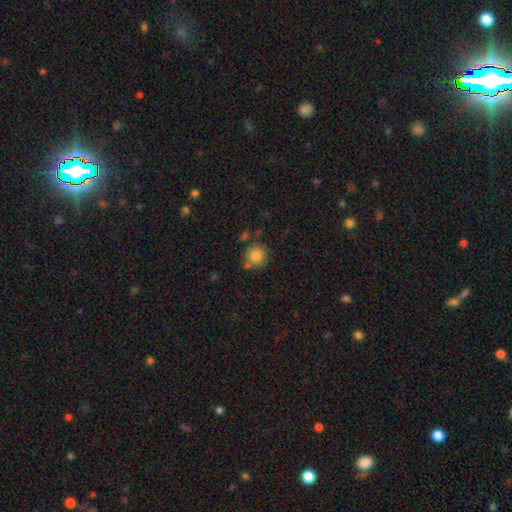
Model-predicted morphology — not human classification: This is clearly a smooth galaxy (83%). How rounded: clearly round (91%). Merging: likely none (74%).